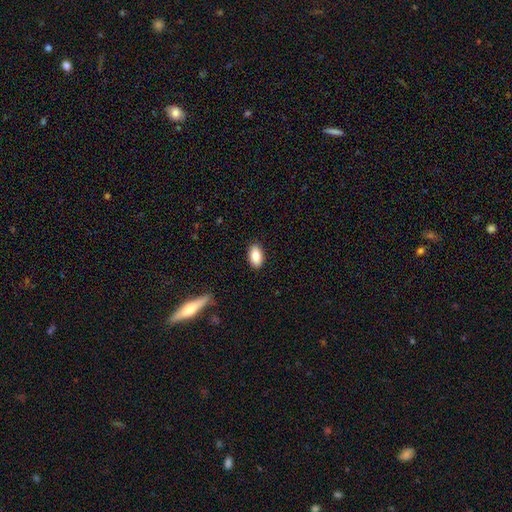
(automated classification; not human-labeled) smooth_or_featured: smooth (p=0.86) [alt: featured or disk p=0.07]
how_rounded: in between (p=0.93) [alt: round p=0.04]
merging: none (p=0.89) [alt: minor disturbance p=0.08]